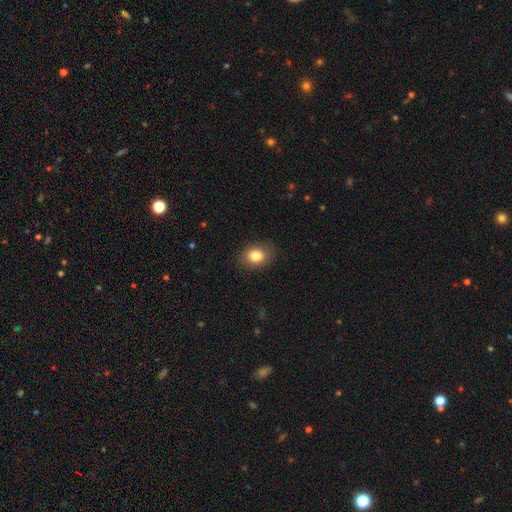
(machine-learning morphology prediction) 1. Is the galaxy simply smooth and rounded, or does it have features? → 83% smooth, 9% star or artifact, 7% featured or disk.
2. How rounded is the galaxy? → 61% in between, 38% round, 1% cigar-shaped.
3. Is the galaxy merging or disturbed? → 86% none, 10% minor disturbance, 3% major disturbance, 1% merger.